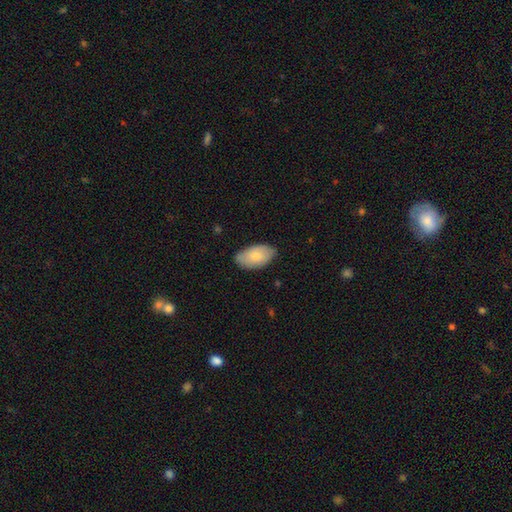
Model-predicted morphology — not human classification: Smooth or featured?
  - smooth: 79% *
  - featured or disk: 16%
  - star or artifact: 5%
How rounded?
  - in between: 95% *
  - round: 4%
  - cigar-shaped: 2%
Merging?
  - none: 75% *
  - minor disturbance: 21%
  - major disturbance: 3%
  - merger: 1%